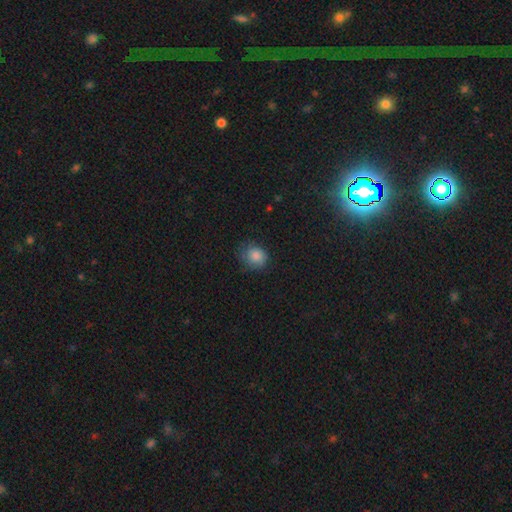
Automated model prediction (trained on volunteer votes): smooth_or_featured: smooth (p=0.84) [alt: star or artifact p=0.09]
how_rounded: round (p=0.69) [alt: in between p=0.30]
merging: none (p=0.66) [alt: minor disturbance p=0.25]